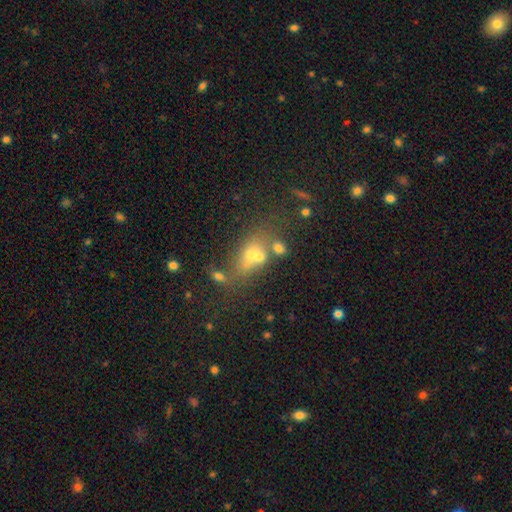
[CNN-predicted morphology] smooth-or-featured: smooth: 52% | featured or disk: 25% | star or artifact: 23%
  how-rounded: in between: 61% | round: 30% | cigar-shaped: 9%
  merging: merger: 42% | none: 35% | minor disturbance: 13% | major disturbance: 11%